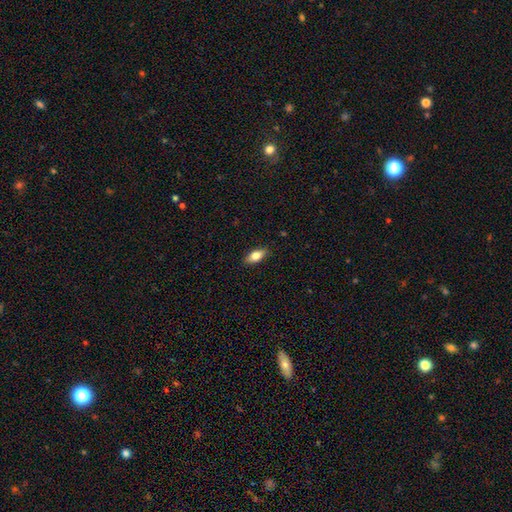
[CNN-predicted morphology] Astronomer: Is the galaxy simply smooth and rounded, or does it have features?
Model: smooth — 75%.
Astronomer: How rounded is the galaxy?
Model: in between — 82%.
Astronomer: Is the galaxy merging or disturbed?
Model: none — 88%.